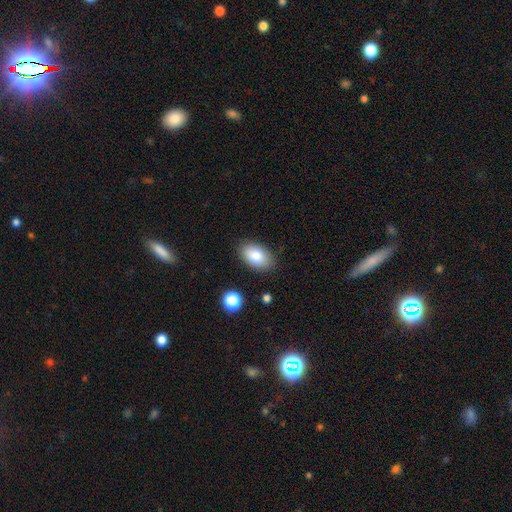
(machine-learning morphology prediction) Smooth or featured: smooth — 82% (featured or disk — 10%)
How rounded: in between — 92% (round — 6%)
Merging: none — 85% (minor disturbance — 11%)